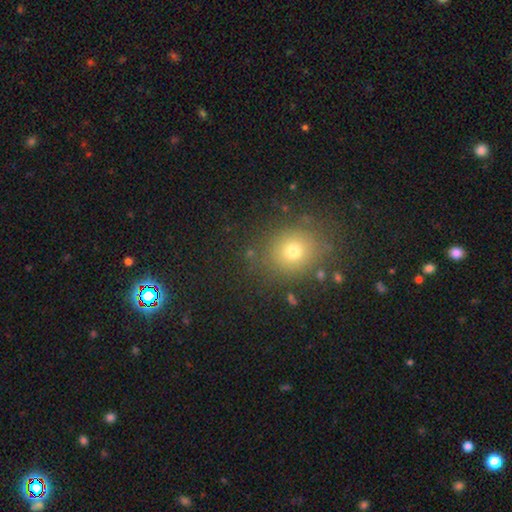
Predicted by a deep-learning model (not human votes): Smooth or featured?
  - smooth: 64% *
  - star or artifact: 26%
  - featured or disk: 10%
How rounded?
  - round: 72% *
  - in between: 27%
  - cigar-shaped: 1%
Merging?
  - none: 85% *
  - minor disturbance: 9%
  - major disturbance: 3%
  - merger: 2%